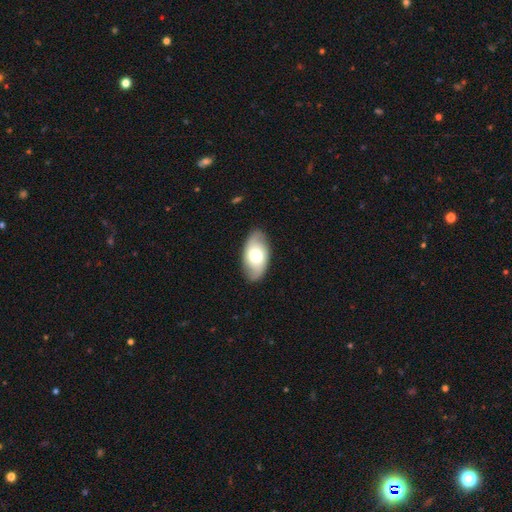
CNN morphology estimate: smooth_or_featured: smooth (p=0.57) [alt: featured or disk p=0.37]
how_rounded: in between (p=0.93) [alt: round p=0.05]
merging: none (p=0.84) [alt: minor disturbance p=0.12]